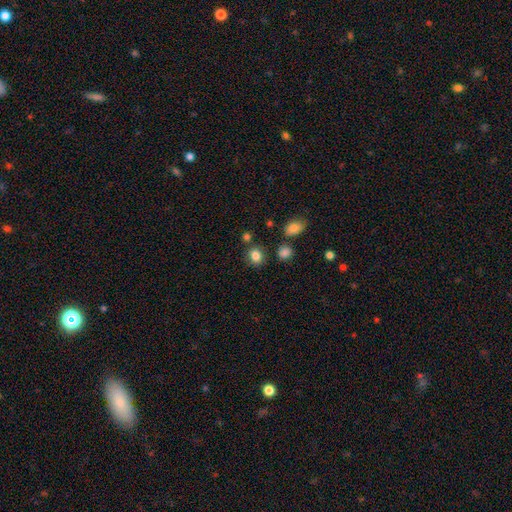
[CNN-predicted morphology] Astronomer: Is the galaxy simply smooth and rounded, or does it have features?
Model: smooth — 83%.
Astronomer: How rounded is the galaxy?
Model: round — 62% (runner-up: in between, 37%).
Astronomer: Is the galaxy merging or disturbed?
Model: none — 79%.